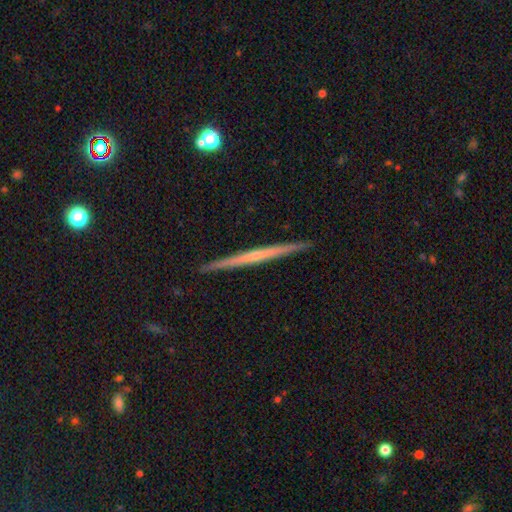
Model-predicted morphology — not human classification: A featured or disk galaxy (68%) viewed edge-on (98%) with no central bulge (69%). Merging: none (92%).